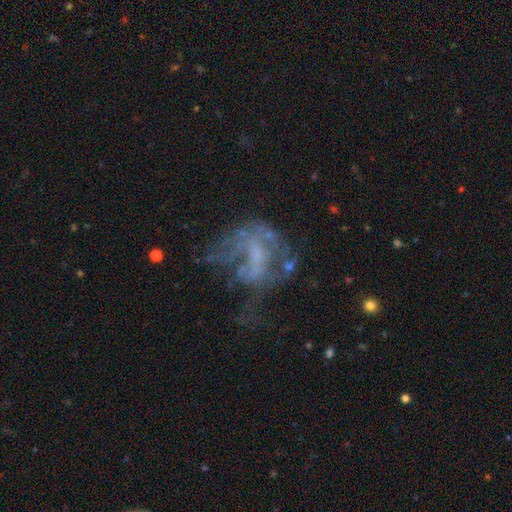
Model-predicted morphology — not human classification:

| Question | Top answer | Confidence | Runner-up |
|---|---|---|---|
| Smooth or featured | featured or disk | 62% | smooth (19%) |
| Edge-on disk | no | 97% | yes (3%) |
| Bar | no | 69% | weak (24%) |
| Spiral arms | no | 67% | yes (33%) |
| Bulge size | none | 58% | small (23%) |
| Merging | major disturbance | 42% | none (34%) |